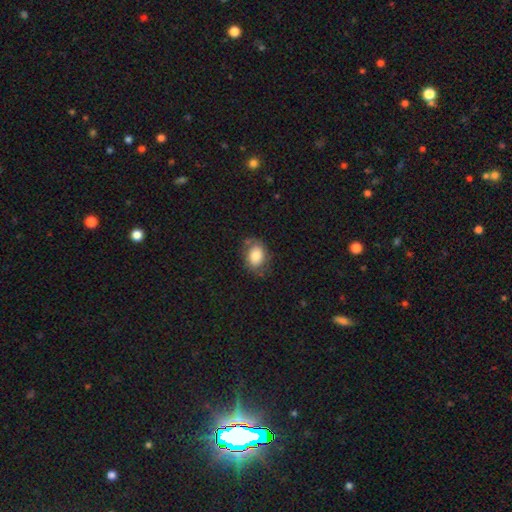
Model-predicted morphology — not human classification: This is likely a smooth galaxy (74%). How rounded: likely in between (67%). Merging: likely none (63%).